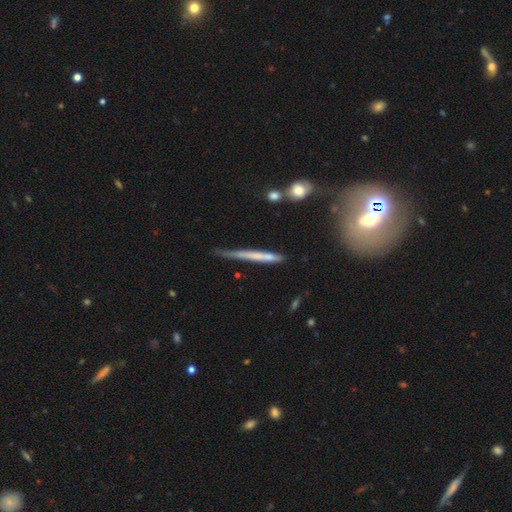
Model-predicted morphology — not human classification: type=smooth (50%); merging=none (58%).